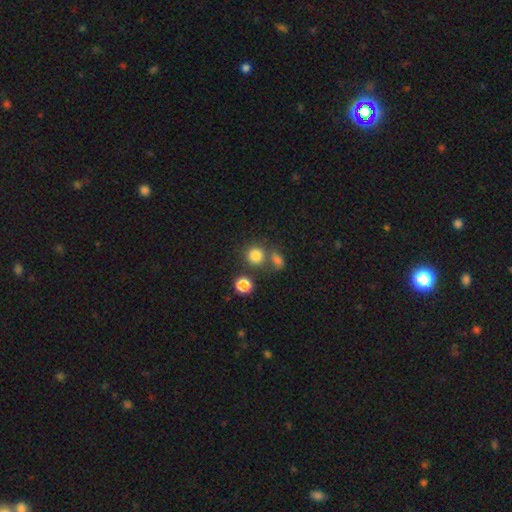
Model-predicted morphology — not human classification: smooth-or-featured: smooth: 79% | star or artifact: 14% | featured or disk: 7%
  how-rounded: round: 87% | in between: 12% | cigar-shaped: 1%
  merging: none: 63% | merger: 23% | minor disturbance: 10% | major disturbance: 4%